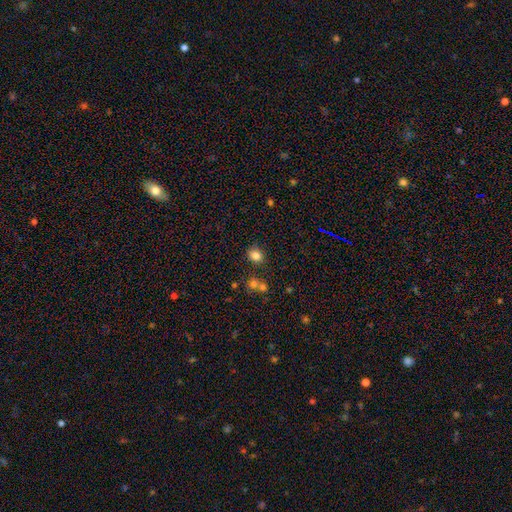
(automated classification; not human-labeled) The model was most divided on "how rounded": round: 66%, in between: 33%, cigar-shaped: 1%. More confident: smooth or featured — smooth (82%); merging — none (79%).